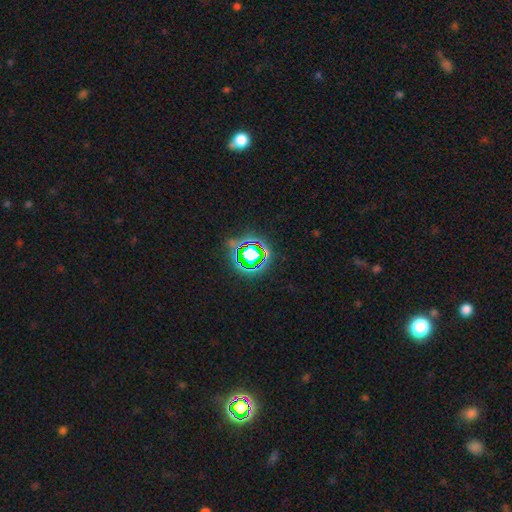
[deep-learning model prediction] smooth-or-featured: star or artifact: 77% | smooth: 14% | featured or disk: 9%